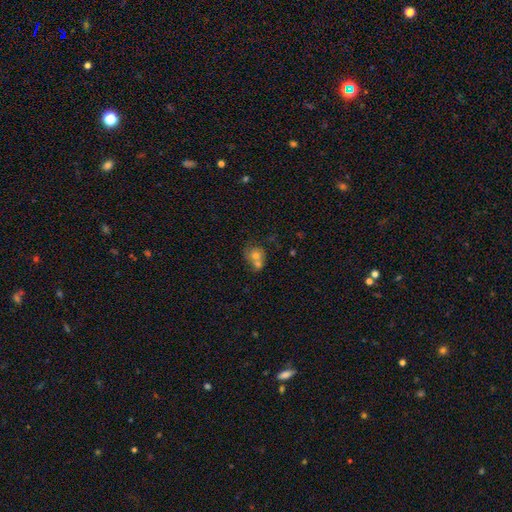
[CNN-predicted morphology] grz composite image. It shows a smooth galaxy with no disk features (66%) that is round (72%). Merging: merger (63%).